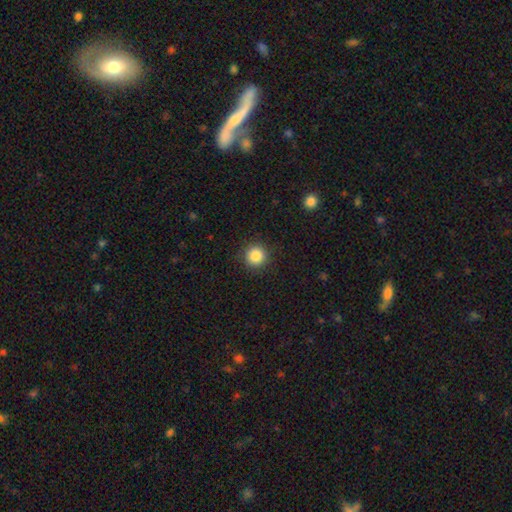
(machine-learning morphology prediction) type=smooth (85%); roundness=round (95%); merging=none (91%).